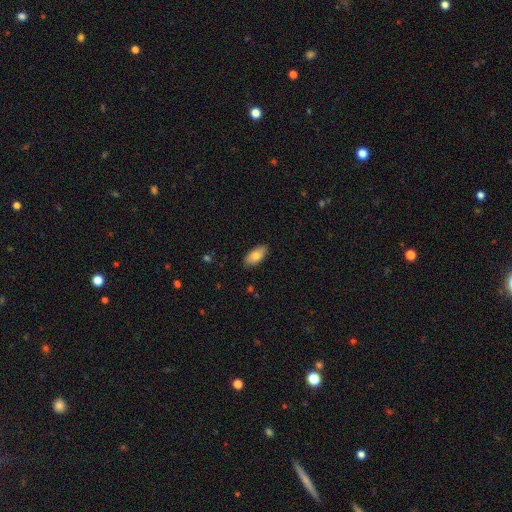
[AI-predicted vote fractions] Smooth or featured?
  - smooth: 81% *
  - featured or disk: 13%
  - star or artifact: 6%
How rounded?
  - in between: 90% *
  - cigar-shaped: 7%
  - round: 2%
Merging?
  - none: 85% *
  - minor disturbance: 12%
  - major disturbance: 2%
  - merger: 1%